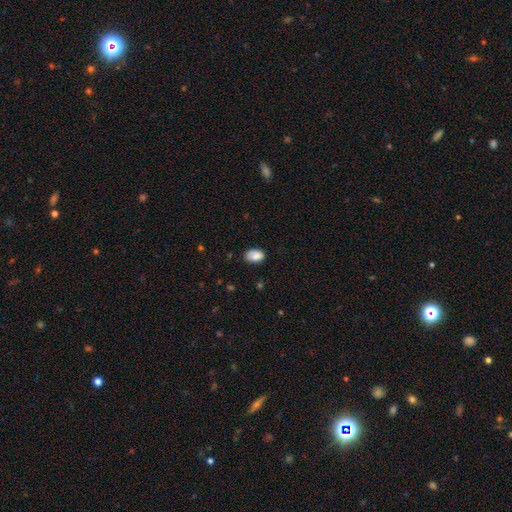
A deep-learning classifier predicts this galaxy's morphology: smooth_or_featured: smooth (p=0.83) [alt: featured or disk p=0.08]
how_rounded: in between (p=0.87) [alt: round p=0.12]
merging: none (p=0.69) [alt: minor disturbance p=0.23]